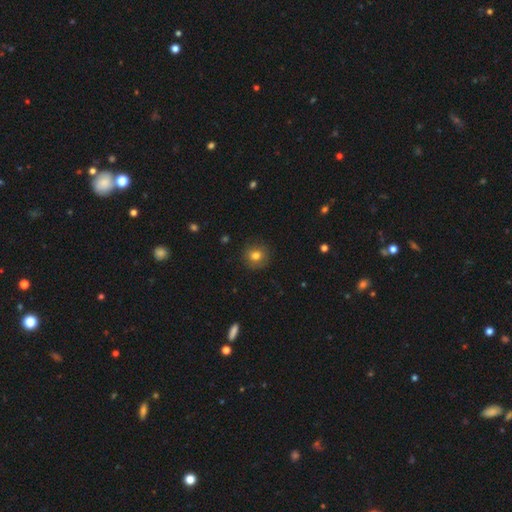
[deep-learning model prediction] A smooth galaxy with no disk features (77%) that is round (91%). Merging: none (87%).